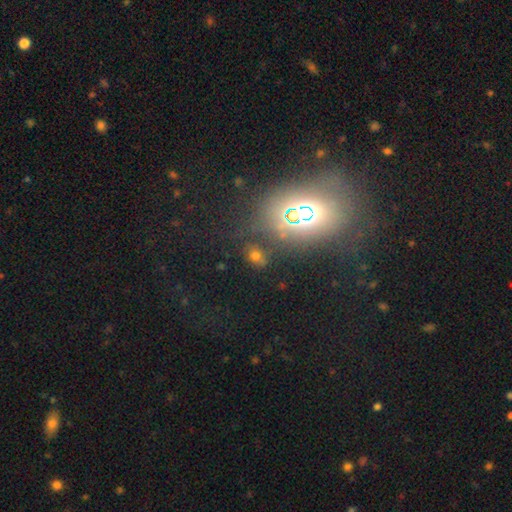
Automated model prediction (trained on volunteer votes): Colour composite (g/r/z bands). It shows a smooth galaxy with no disk features (47%). Merging: none (70%).